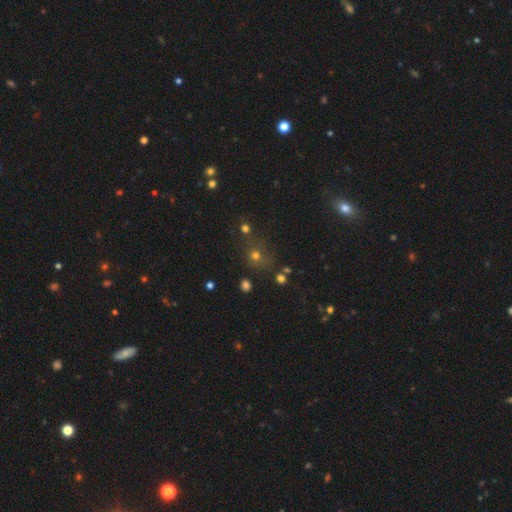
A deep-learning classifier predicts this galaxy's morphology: A smooth galaxy with no disk features (60%) that is round (81%).

Vote fractions:
- Smooth or featured? smooth: 60% / star or artifact: 30% / featured or disk: 9%
- How rounded? round: 81% / in between: 17% / cigar-shaped: 1%
- Merging? none: 65% / minor disturbance: 14% / merger: 13% / major disturbance: 8%